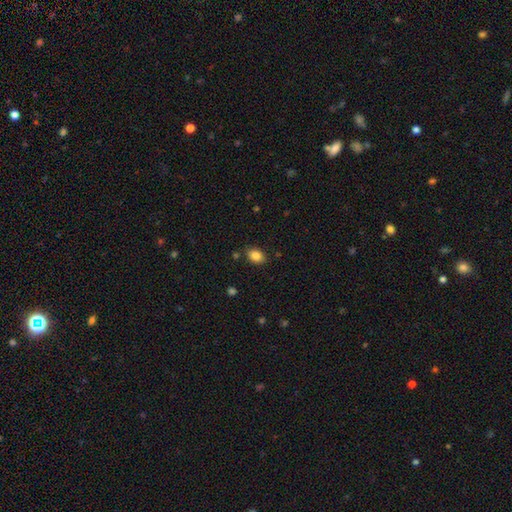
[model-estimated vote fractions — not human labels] Q: Smooth or featured?
A: smooth (85%); runner-up: star or artifact (9%)
Q: How rounded?
A: in between (76%); runner-up: round (23%)
Q: Merging?
A: none (84%); runner-up: minor disturbance (11%)